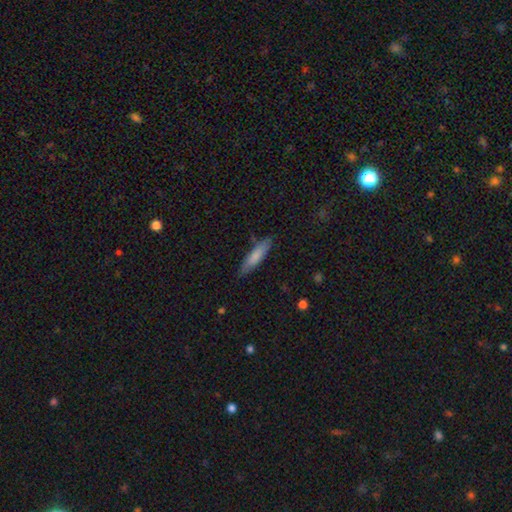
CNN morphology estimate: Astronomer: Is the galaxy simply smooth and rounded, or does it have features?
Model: smooth — 77%.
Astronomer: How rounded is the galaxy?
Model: cigar-shaped — 77%.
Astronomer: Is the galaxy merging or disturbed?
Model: none — 83%.